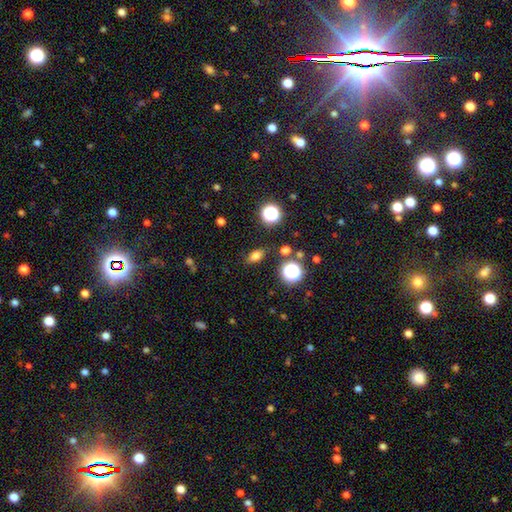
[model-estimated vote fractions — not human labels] Smooth or featured?
  - smooth: 74% *
  - star or artifact: 17%
  - featured or disk: 9%
How rounded?
  - in between: 71% *
  - round: 23%
  - cigar-shaped: 6%
Merging?
  - none: 83% *
  - minor disturbance: 11%
  - major disturbance: 3%
  - merger: 3%